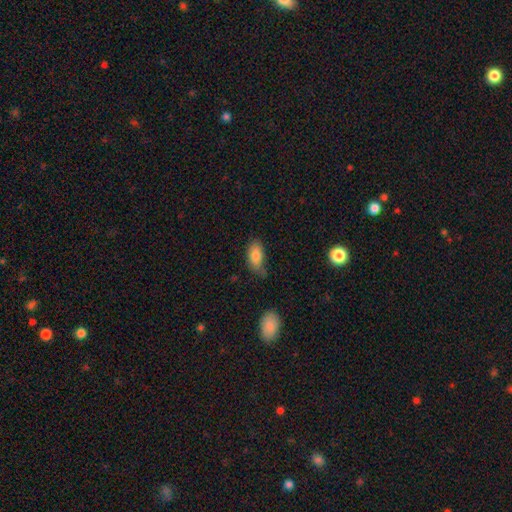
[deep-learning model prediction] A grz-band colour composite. It shows a smooth galaxy with no disk features (81%) that is in between round and cigar-shaped (91%). Merging: none (52%).